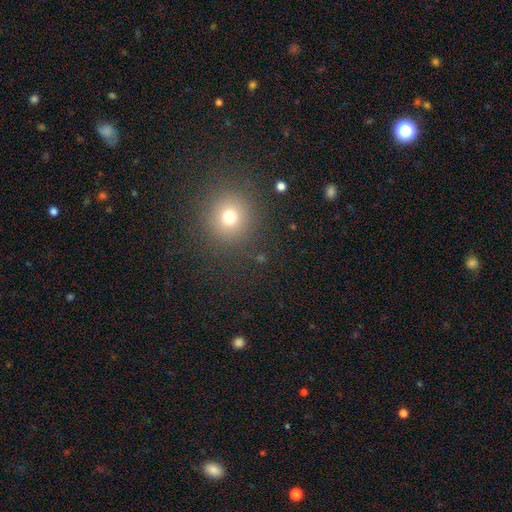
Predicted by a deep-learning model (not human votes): Smooth or featured: smooth — 65% (star or artifact — 28%)
How rounded: round — 92% (in between — 7%)
Merging: none — 91% (minor disturbance — 5%)